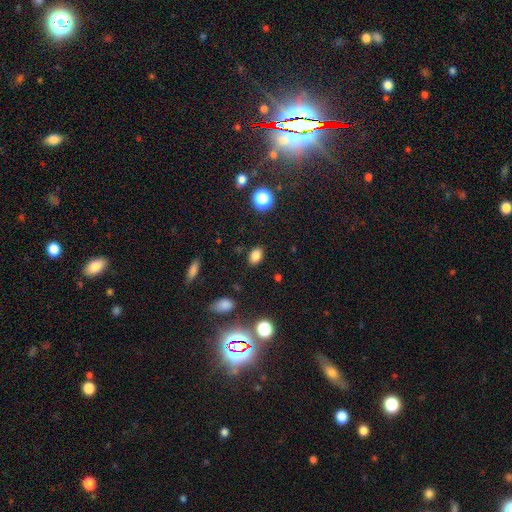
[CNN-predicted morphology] type=smooth (83%); roundness=in between (77%); merging=none (86%).